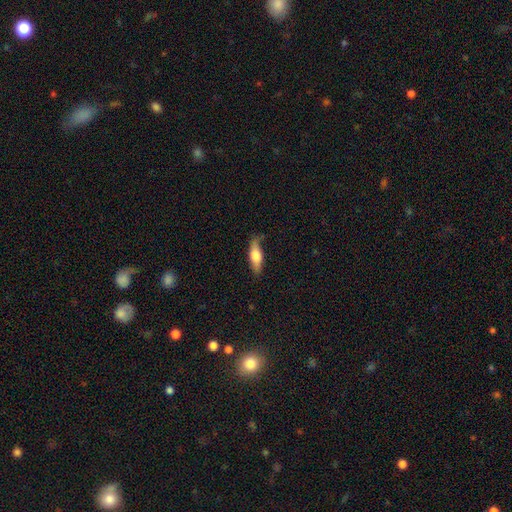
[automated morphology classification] Smooth or featured? smooth (63%)
How rounded? in between (56%)
Merging? none (71%)